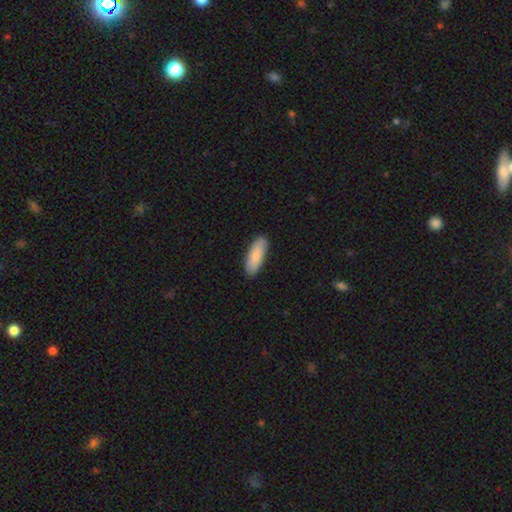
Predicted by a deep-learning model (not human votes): This appears to be a smooth galaxy with no disk features (88%) that is in between round and cigar-shaped (61%). Merging: none (88%).